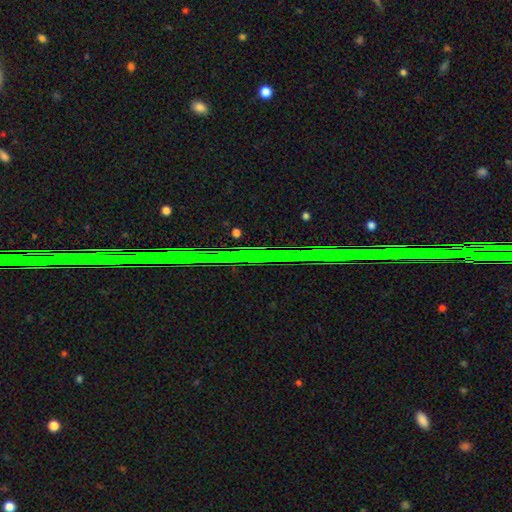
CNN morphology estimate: type=star or artifact (87%).